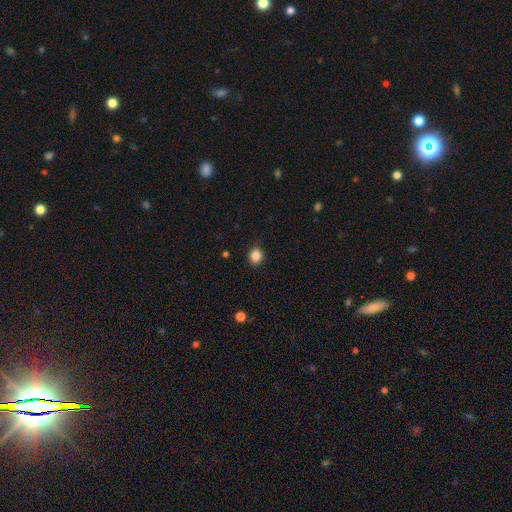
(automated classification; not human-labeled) smooth_or_featured: smooth (p=0.86) [alt: star or artifact p=0.11]
how_rounded: round (p=0.78) [alt: in between p=0.21]
merging: none (p=0.90) [alt: minor disturbance p=0.07]